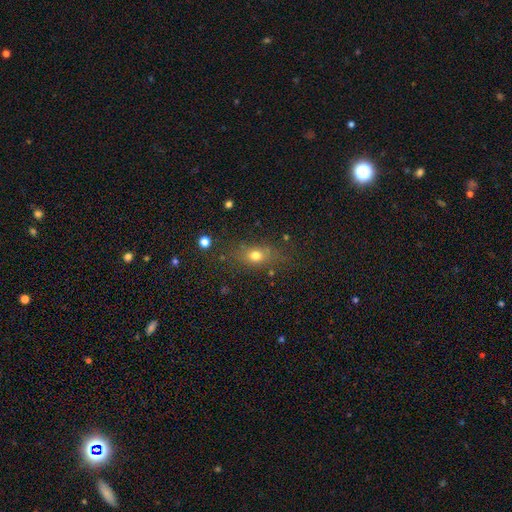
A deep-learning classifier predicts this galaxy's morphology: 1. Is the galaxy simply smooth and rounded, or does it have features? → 70% smooth, 16% star or artifact, 14% featured or disk.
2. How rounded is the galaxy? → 57% in between, 34% round, 9% cigar-shaped.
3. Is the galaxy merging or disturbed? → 74% none, 16% minor disturbance, 7% major disturbance, 3% merger.